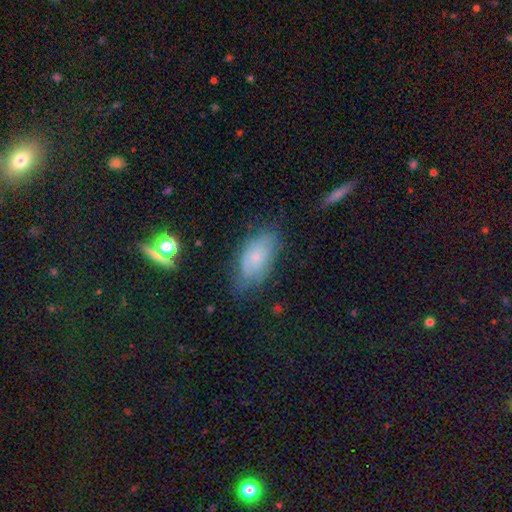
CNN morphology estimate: Overall: smooth (54%; featured or disk 34%). How rounded: in between (91%). Merging: none (63%; minor disturbance 26%).